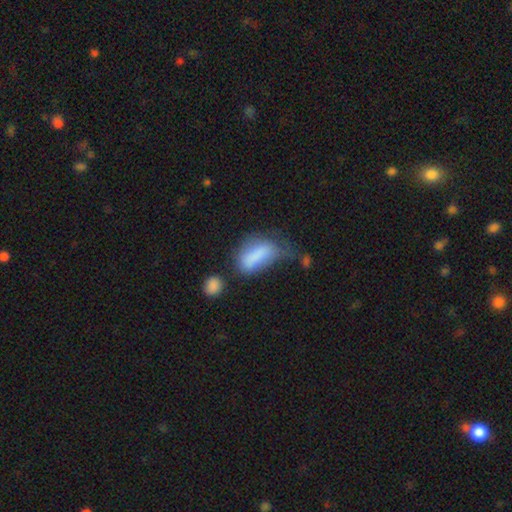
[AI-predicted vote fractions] Smooth or featured?
  - smooth: 76% *
  - featured or disk: 15%
  - star or artifact: 9%
How rounded?
  - in between: 83% *
  - cigar-shaped: 12%
  - round: 5%
Merging?
  - major disturbance: 32% *
  - minor disturbance: 29%
  - none: 23%
  - merger: 16%